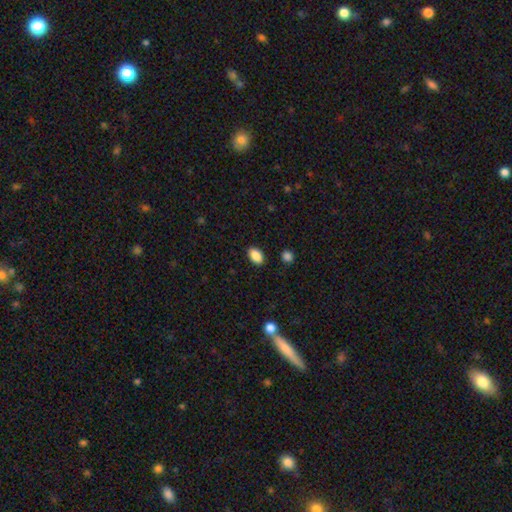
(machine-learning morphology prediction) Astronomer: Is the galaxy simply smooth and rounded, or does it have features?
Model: smooth — 88%.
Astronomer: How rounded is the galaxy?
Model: in between — 89%.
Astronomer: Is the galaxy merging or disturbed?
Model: none — 89%.